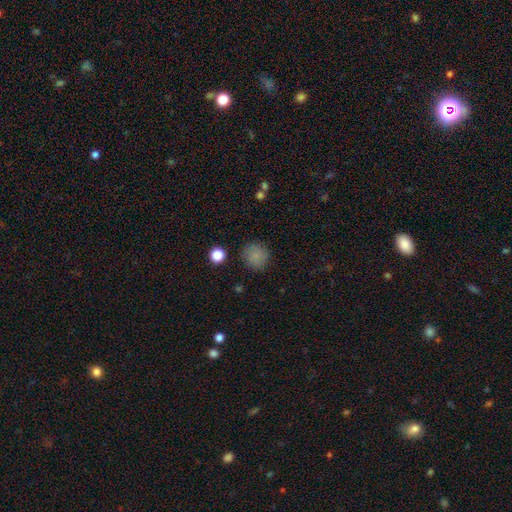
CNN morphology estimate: Smooth or featured? Predicted: smooth (p=0.83). How rounded? Predicted: round (p=0.90). Merging? Predicted: none (p=0.84).